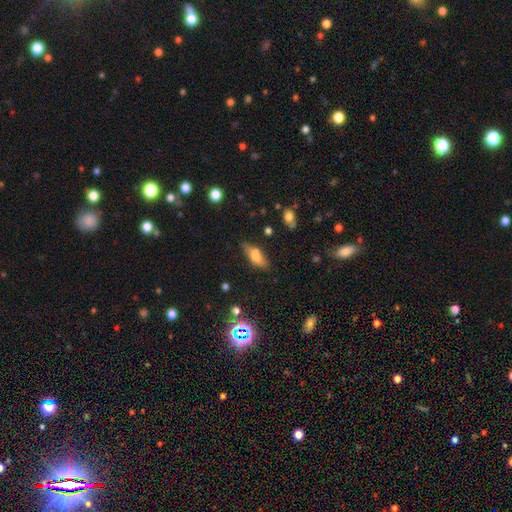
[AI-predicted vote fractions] Smooth or featured? smooth (69%)
How rounded? in between (72%)
Merging? none (62%)